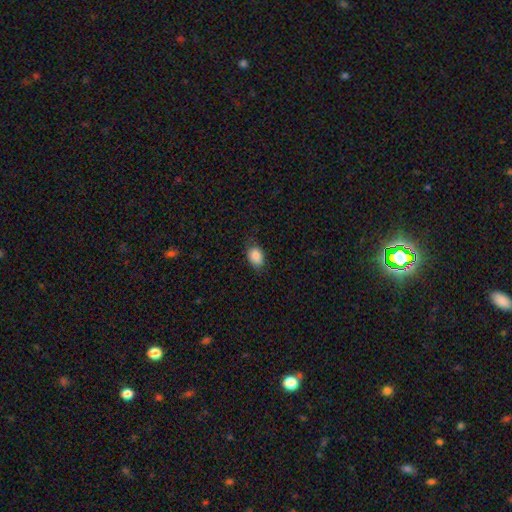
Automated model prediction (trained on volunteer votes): Overall: smooth (87%). How rounded: in between (81%). Merging: none (72%).